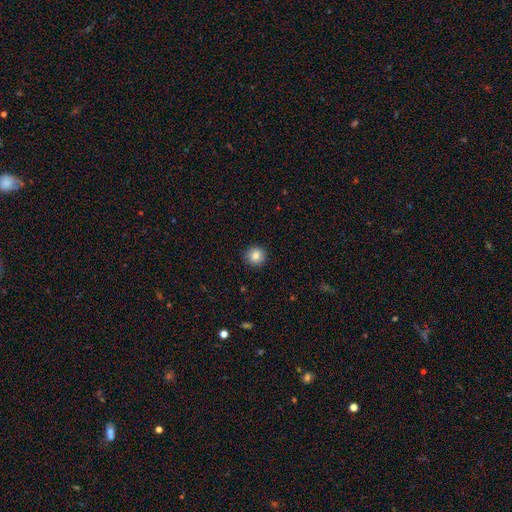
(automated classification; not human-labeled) Morphology: type=smooth (85%); roundness=round (94%); merging=none (92%).